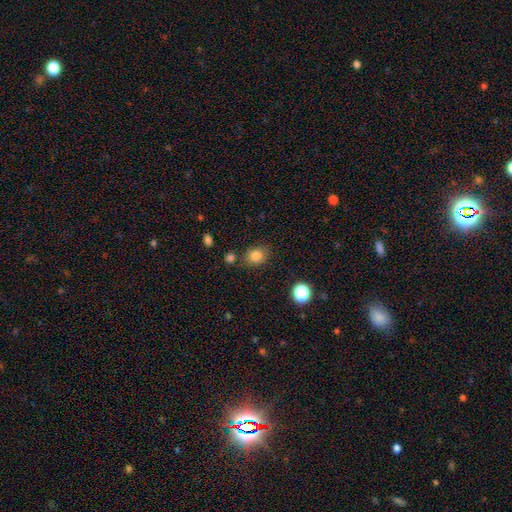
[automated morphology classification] A smooth galaxy with no disk features (82%) that is round (62%).

Vote fractions:
- Smooth or featured? smooth: 82% / star or artifact: 12% / featured or disk: 6%
- How rounded? round: 62% / in between: 37% / cigar-shaped: 1%
- Merging? none: 76% / minor disturbance: 14% / merger: 6% / major disturbance: 4%